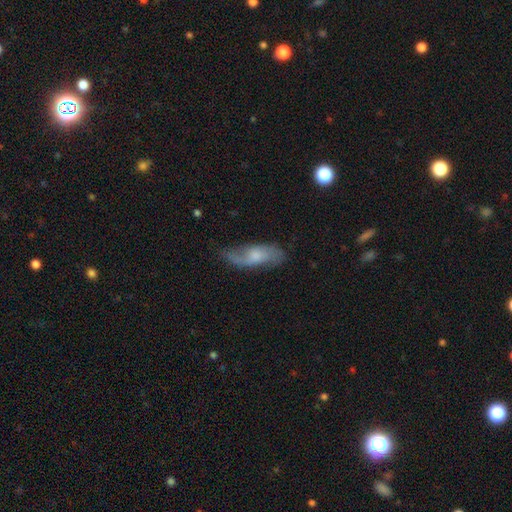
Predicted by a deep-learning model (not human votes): Q: Smooth or featured?
A: featured or disk (55%); runner-up: smooth (38%)
Q: Edge-on disk?
A: no (84%); runner-up: yes (16%)
Q: Merging?
A: none (64%); runner-up: minor disturbance (25%)